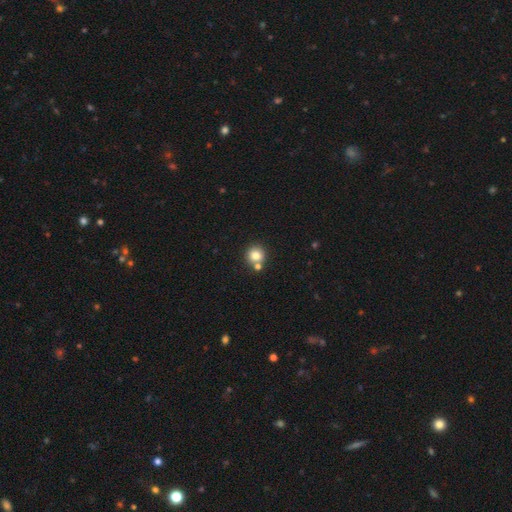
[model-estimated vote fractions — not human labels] This appears to be a smooth galaxy with no disk features (80%) that is round (92%). Merging: none (67%).